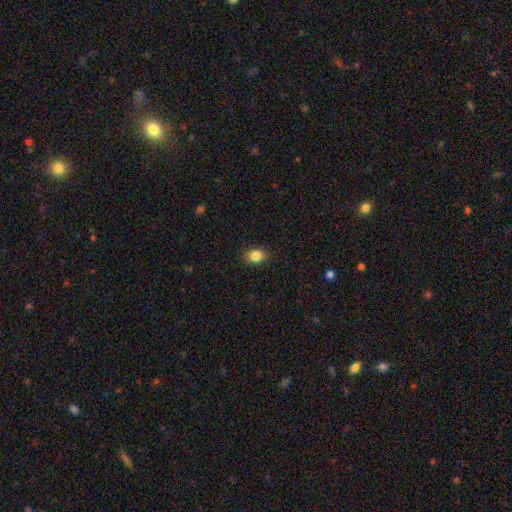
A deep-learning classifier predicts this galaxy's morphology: smooth 86%, star or artifact 9%, featured or disk 5%. Down the decision tree: how rounded — in between (67%); merging — none (88%).